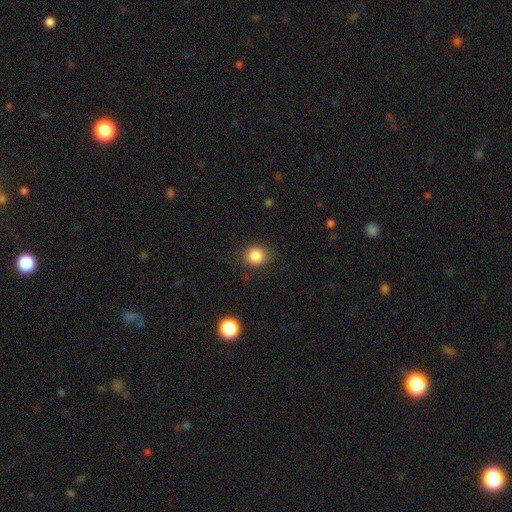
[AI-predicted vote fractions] Smooth or featured? smooth (85%)
How rounded? round (82%)
Merging? none (84%)